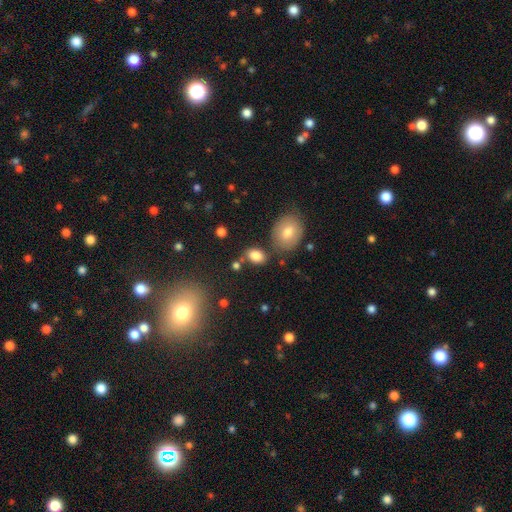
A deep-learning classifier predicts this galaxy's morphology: A smooth galaxy with no disk features (84%) that is in between round and cigar-shaped (81%).

Vote fractions:
- Smooth or featured? smooth: 84% / star or artifact: 9% / featured or disk: 7%
- How rounded? in between: 81% / round: 17% / cigar-shaped: 2%
- Merging? none: 68% / minor disturbance: 15% / merger: 12% / major disturbance: 5%